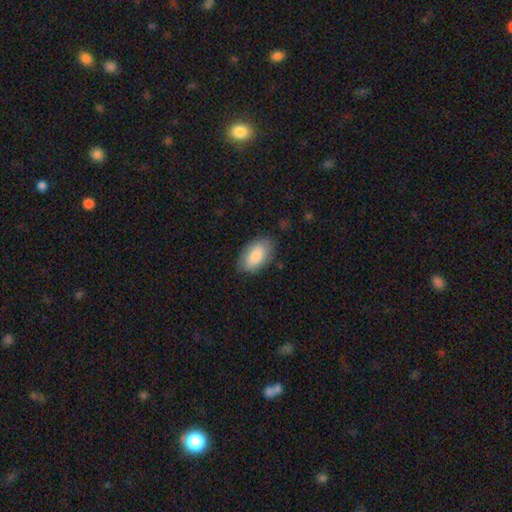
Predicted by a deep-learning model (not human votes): Overall: smooth (83%). How rounded: in between (94%). Merging: none (78%).